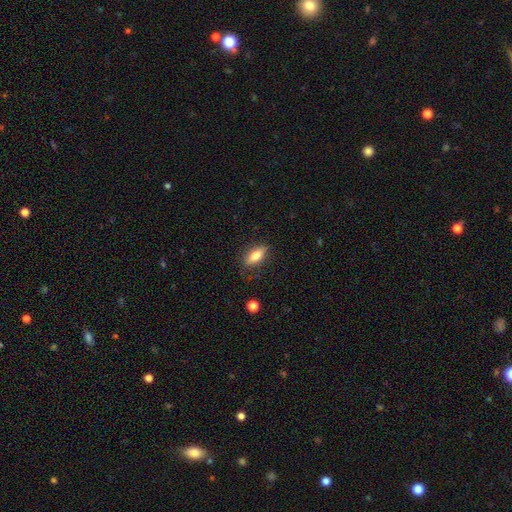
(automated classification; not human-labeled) Smooth or featured?
  - smooth: 75% *
  - featured or disk: 18%
  - star or artifact: 7%
How rounded?
  - in between: 77% *
  - cigar-shaped: 20%
  - round: 4%
Merging?
  - none: 81% *
  - minor disturbance: 14%
  - major disturbance: 3%
  - merger: 2%